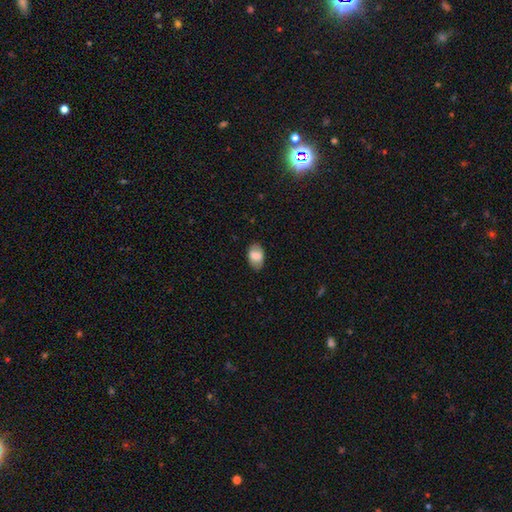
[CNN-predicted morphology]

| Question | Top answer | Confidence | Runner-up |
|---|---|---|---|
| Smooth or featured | smooth | 78% | featured or disk (15%) |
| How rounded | in between | 89% | round (9%) |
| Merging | none | 79% | minor disturbance (16%) |